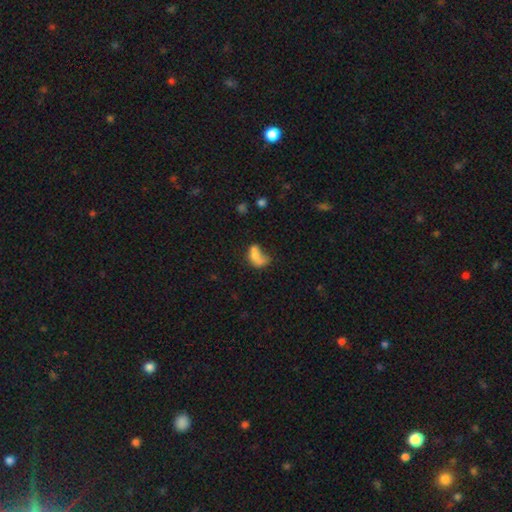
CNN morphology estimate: Smooth or featured: smooth — 64% (featured or disk — 24%)
How rounded: in between — 78% (round — 19%)
Merging: merger — 43% (major disturbance — 22%)